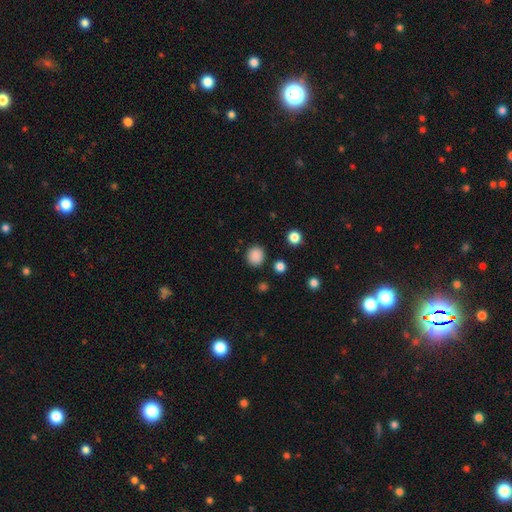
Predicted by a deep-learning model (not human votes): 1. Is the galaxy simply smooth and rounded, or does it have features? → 87% smooth, 11% star or artifact, 3% featured or disk.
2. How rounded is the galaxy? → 85% round, 14% in between, 1% cigar-shaped.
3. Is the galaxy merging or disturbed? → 88% none, 7% minor disturbance, 3% major disturbance, 2% merger.